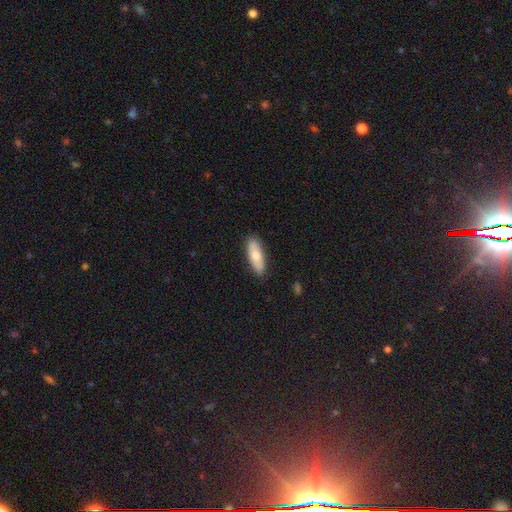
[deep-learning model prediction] Smooth or featured? Predicted: smooth (p=0.69). How rounded? Predicted: in between (p=0.61). Merging? Predicted: none (p=0.87).